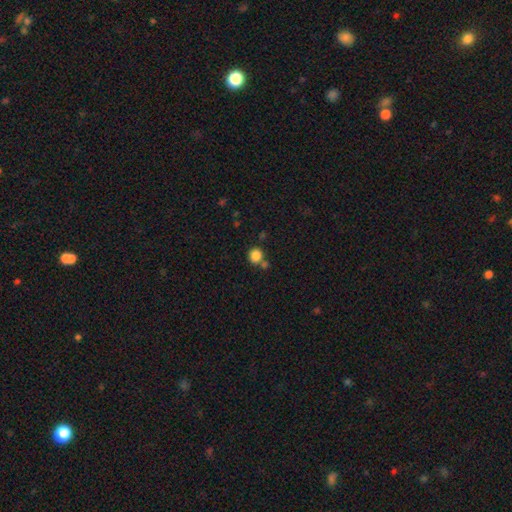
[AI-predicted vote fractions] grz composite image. It shows a smooth galaxy with no disk features (85%) that is round (86%). Merging: none (65%).